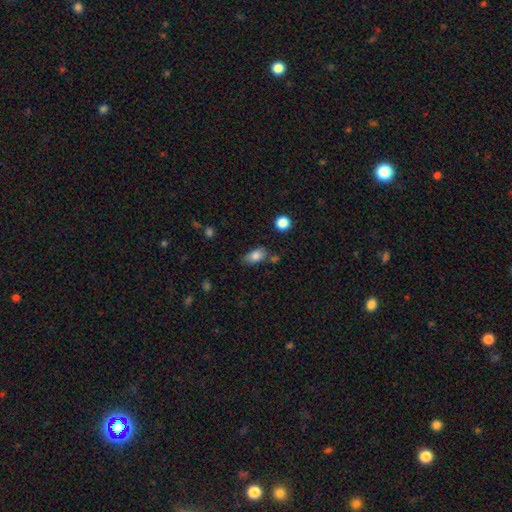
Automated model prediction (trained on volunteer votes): Morphology: type=smooth (82%); roundness=in between (86%); merging=none (63%).